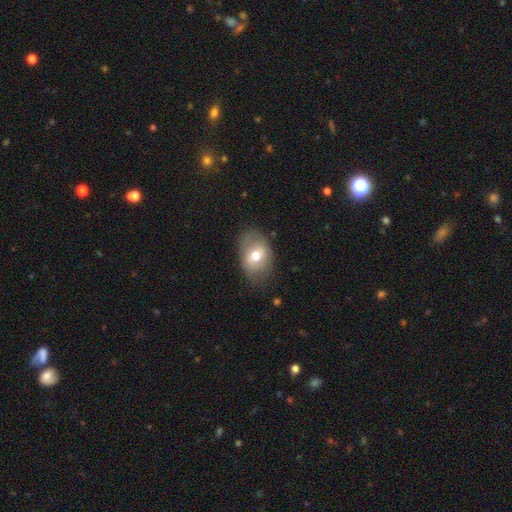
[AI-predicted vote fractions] Overall: smooth (63%; featured or disk 29%). How rounded: in between (77%). Merging: none (70%).